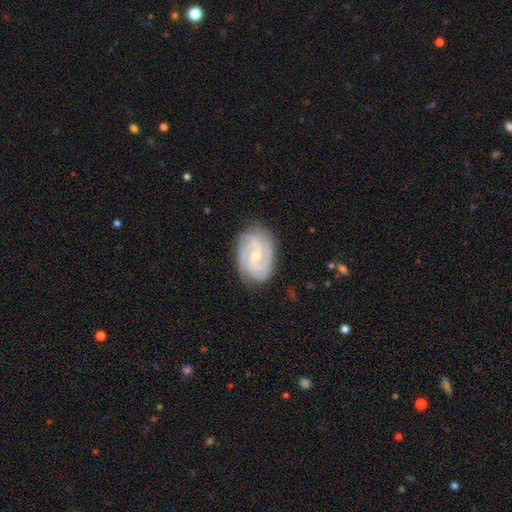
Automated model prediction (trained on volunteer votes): The model was most divided on "spiral arm count": 3: 38%, 2: 34%, can't tell: 11%, 4: 9%, more than 4: 4%, 1: 4%. Remaining: spiral arms — yes (98%); edge-on disk — no (97%); smooth or featured — featured or disk (88%); merging — none (81%); spiral winding — tight (63%); bulge size — small (57%); bar — weak (46%).